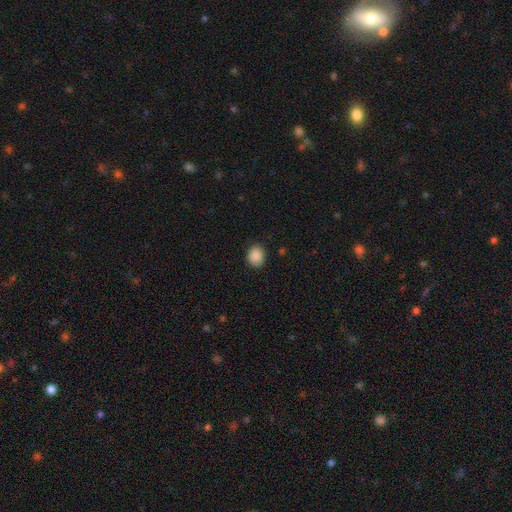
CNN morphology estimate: Smooth or featured?
  - smooth: 89% *
  - star or artifact: 9%
  - featured or disk: 3%
How rounded?
  - round: 56% *
  - in between: 43%
  - cigar-shaped: 1%
Merging?
  - none: 86% *
  - minor disturbance: 11%
  - major disturbance: 2%
  - merger: 1%